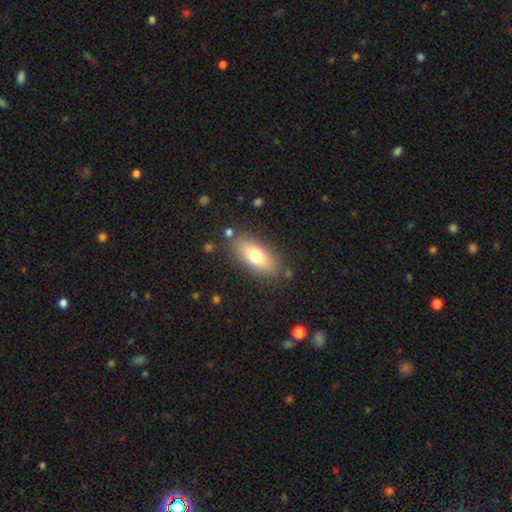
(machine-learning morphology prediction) A smooth galaxy with no disk features (74%) that is in between round and cigar-shaped (81%).

Vote fractions:
- Smooth or featured? smooth: 74% / featured or disk: 18% / star or artifact: 7%
- How rounded? in between: 81% / cigar-shaped: 15% / round: 4%
- Merging? none: 82% / minor disturbance: 11% / major disturbance: 3% / merger: 3%